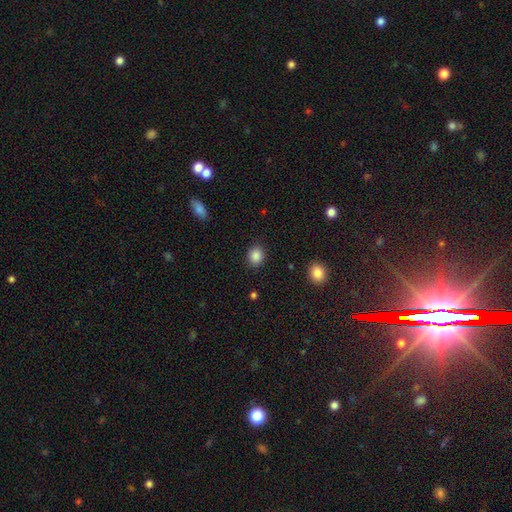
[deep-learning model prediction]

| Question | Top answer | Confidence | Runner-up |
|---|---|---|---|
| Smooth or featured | smooth | 87% | star or artifact (9%) |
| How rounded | round | 69% | in between (30%) |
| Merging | none | 89% | minor disturbance (7%) |